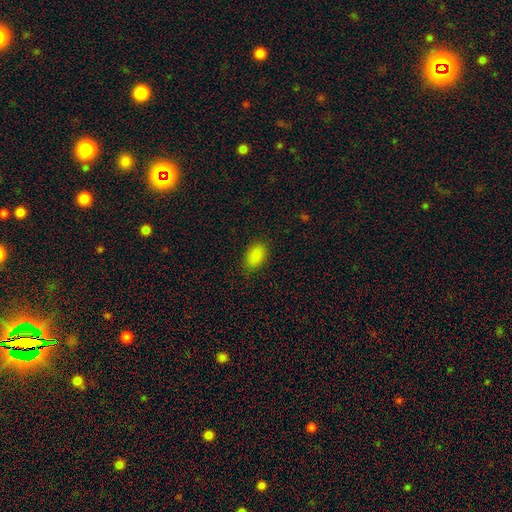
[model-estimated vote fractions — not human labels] The model was most divided on "merging": none: 87%, minor disturbance: 9%, major disturbance: 3%, merger: 1%. More confident: how rounded — in between (91%); smooth or featured — smooth (88%).